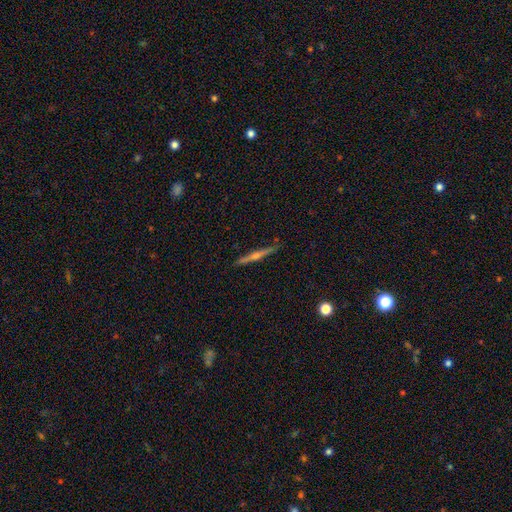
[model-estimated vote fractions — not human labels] Q: Smooth or featured?
A: featured or disk (65%); runner-up: smooth (23%)
Q: Edge-on disk?
A: yes (95%); runner-up: no (5%)
Q: Edge-on bulge?
A: rounded (76%); runner-up: none (17%)
Q: Merging?
A: none (86%); runner-up: minor disturbance (10%)